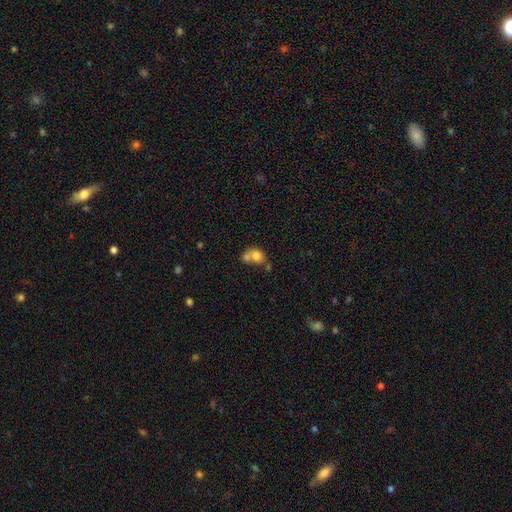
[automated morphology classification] Smooth or featured? smooth (73%)
How rounded? round (56%)
Merging? merger (62%)